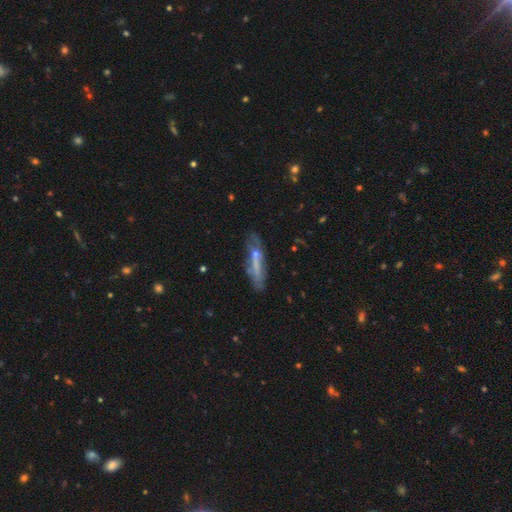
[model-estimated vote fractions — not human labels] Smooth or featured?
  - featured or disk: 48% *
  - smooth: 42%
  - star or artifact: 10%
Merging?
  - none: 66% *
  - minor disturbance: 21%
  - major disturbance: 9%
  - merger: 5%